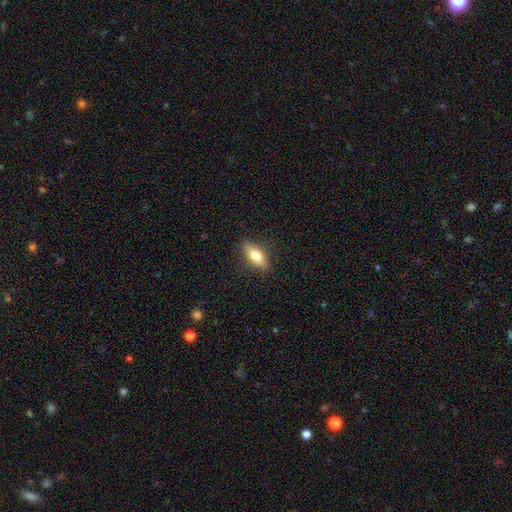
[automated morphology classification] Smooth or featured: smooth — 71% (featured or disk — 22%)
How rounded: in between — 72% (cigar-shaped — 25%)
Merging: none — 87% (minor disturbance — 10%)